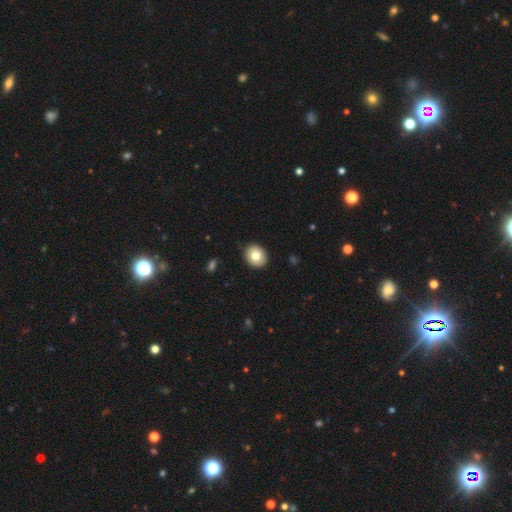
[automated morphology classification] Smooth or featured: smooth — 78% (featured or disk — 14%)
How rounded: round — 65% (in between — 34%)
Merging: none — 90% (minor disturbance — 8%)